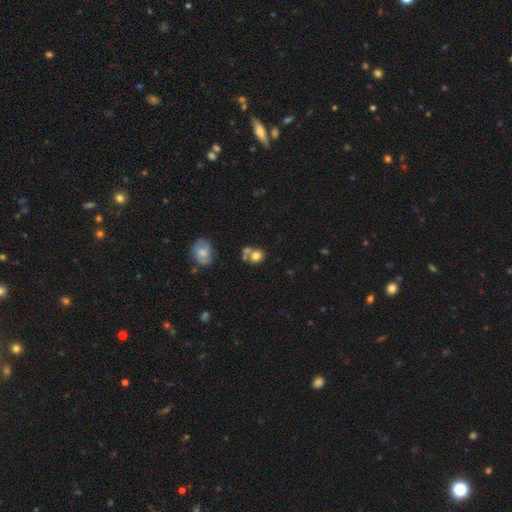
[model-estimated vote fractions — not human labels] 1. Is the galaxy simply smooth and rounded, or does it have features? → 74% smooth, 15% featured or disk, 11% star or artifact.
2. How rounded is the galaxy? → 71% round, 28% in between, 1% cigar-shaped.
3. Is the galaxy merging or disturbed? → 45% none, 38% merger, 12% minor disturbance, 5% major disturbance.